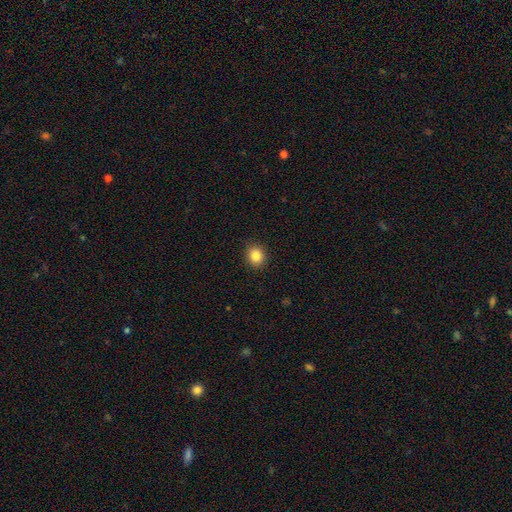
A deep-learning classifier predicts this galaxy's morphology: smooth_or_featured: smooth (p=0.85) [alt: star or artifact p=0.10]
how_rounded: round (p=0.79) [alt: in between p=0.20]
merging: none (p=0.91) [alt: minor disturbance p=0.07]